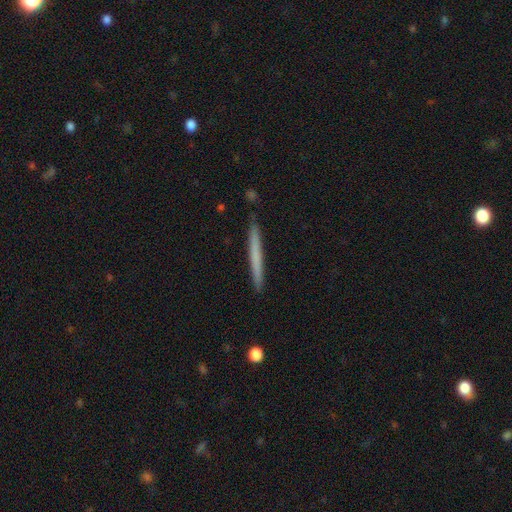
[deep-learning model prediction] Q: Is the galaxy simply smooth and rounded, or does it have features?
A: smooth — 62%.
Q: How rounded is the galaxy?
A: cigar-shaped — 97%.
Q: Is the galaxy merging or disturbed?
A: none — 91%.